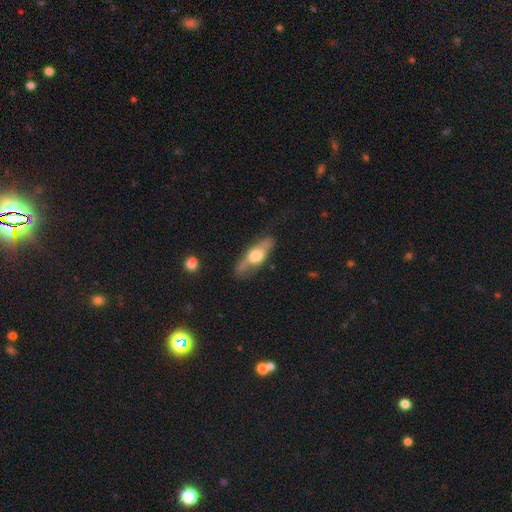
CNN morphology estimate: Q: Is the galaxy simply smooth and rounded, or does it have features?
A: featured or disk — 53%.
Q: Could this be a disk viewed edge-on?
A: yes — 76%.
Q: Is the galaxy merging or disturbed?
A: none — 74%.